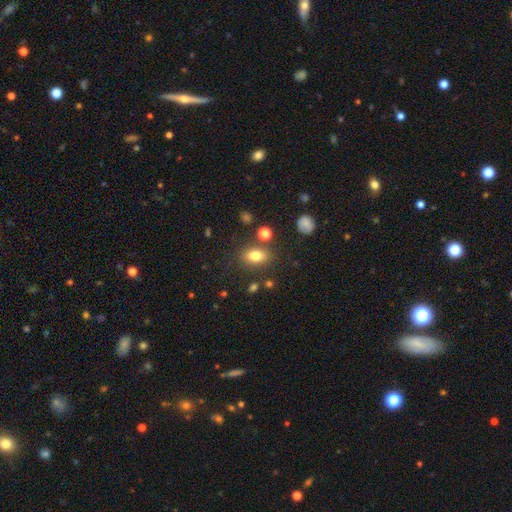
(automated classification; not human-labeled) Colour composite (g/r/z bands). It shows a smooth galaxy with no disk features (77%) that is in between round and cigar-shaped (75%). Merging: none (78%).